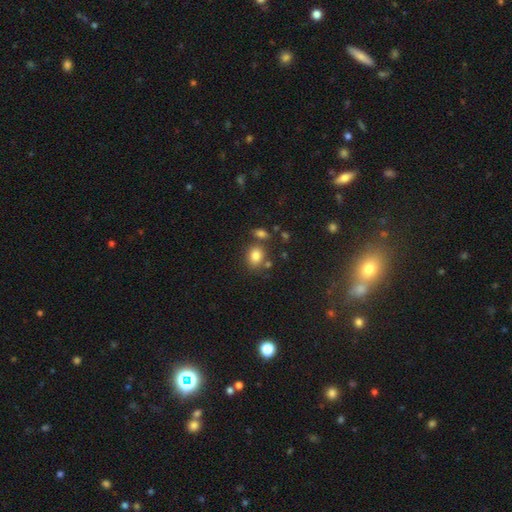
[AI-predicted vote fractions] Smooth or featured? Predicted: smooth (p=0.83). How rounded? Predicted: in between (p=0.57). Merging? Predicted: none (p=0.67).